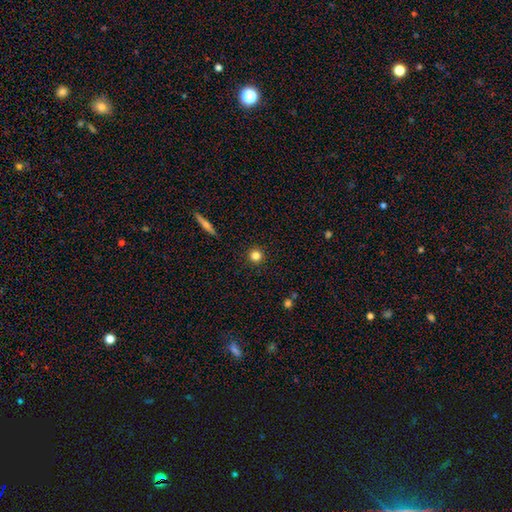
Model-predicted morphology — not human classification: smooth_or_featured: smooth (p=0.82) [alt: star or artifact p=0.12]
how_rounded: round (p=0.96) [alt: in between p=0.03]
merging: none (p=0.92) [alt: minor disturbance p=0.05]